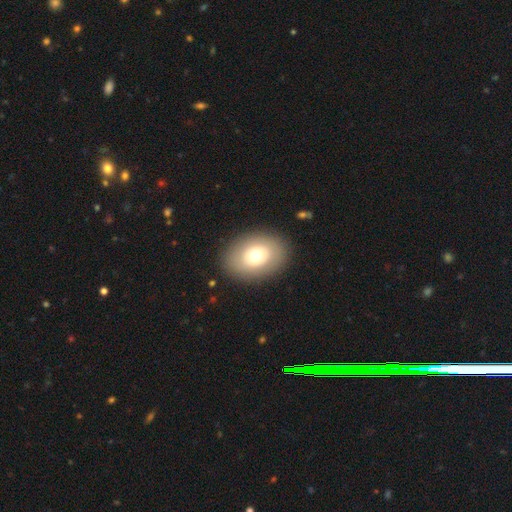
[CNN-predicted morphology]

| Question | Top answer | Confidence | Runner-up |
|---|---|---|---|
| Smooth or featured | smooth | 67% | featured or disk (25%) |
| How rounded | in between | 71% | round (28%) |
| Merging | none | 87% | minor disturbance (8%) |